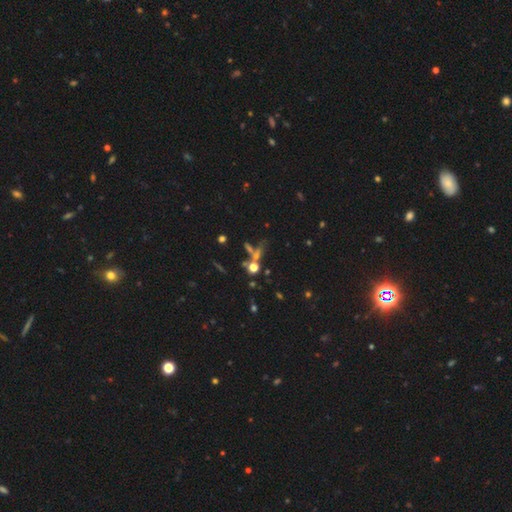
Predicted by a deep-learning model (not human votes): A star or artifact, not a galaxy (56%).